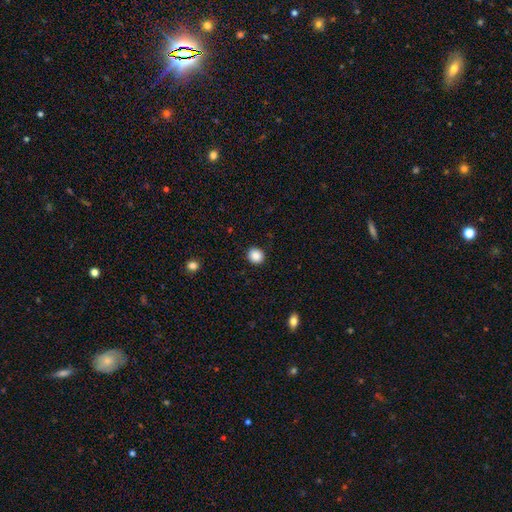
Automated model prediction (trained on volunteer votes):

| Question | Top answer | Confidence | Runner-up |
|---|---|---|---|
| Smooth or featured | smooth | 87% | star or artifact (9%) |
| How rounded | round | 84% | in between (15%) |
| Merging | none | 92% | minor disturbance (5%) |